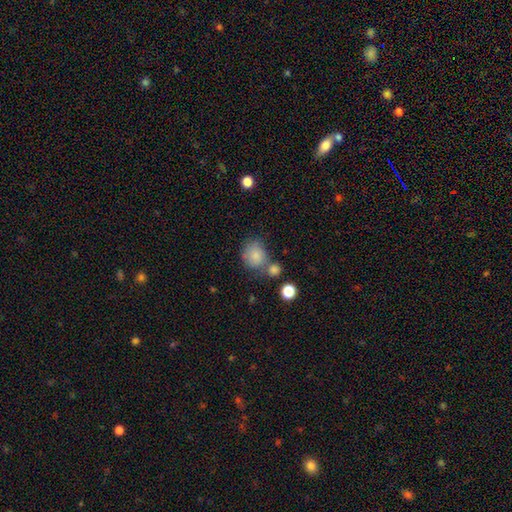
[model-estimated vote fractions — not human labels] This appears to be a smooth galaxy with no disk features (83%) that is round (69%). Merging: none (51%).